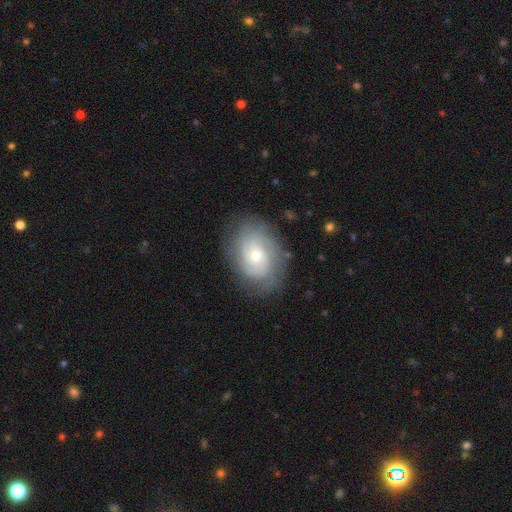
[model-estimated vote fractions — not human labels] Q: Smooth or featured?
A: featured or disk (71%); runner-up: smooth (22%)
Q: Edge-on disk?
A: no (96%); runner-up: yes (4%)
Q: Bar?
A: no (73%); runner-up: weak (24%)
Q: Spiral arms?
A: yes (90%); runner-up: no (10%)
Q: Spiral winding?
A: tight (60%); runner-up: medium (30%)
Q: Spiral arm count?
A: can't tell (43%); runner-up: 2 (24%)
Q: Bulge size?
A: small (52%); runner-up: moderate (43%)
Q: Merging?
A: none (77%); runner-up: minor disturbance (16%)